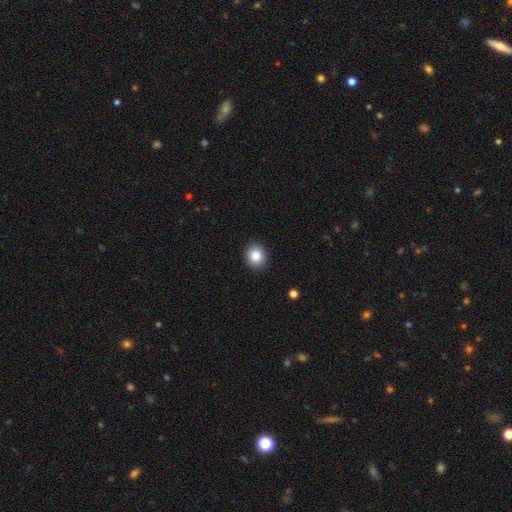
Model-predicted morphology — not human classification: Smooth or featured?
  - smooth: 86% *
  - star or artifact: 9%
  - featured or disk: 5%
How rounded?
  - round: 71% *
  - in between: 28%
  - cigar-shaped: 1%
Merging?
  - none: 90% *
  - minor disturbance: 7%
  - major disturbance: 2%
  - merger: 1%